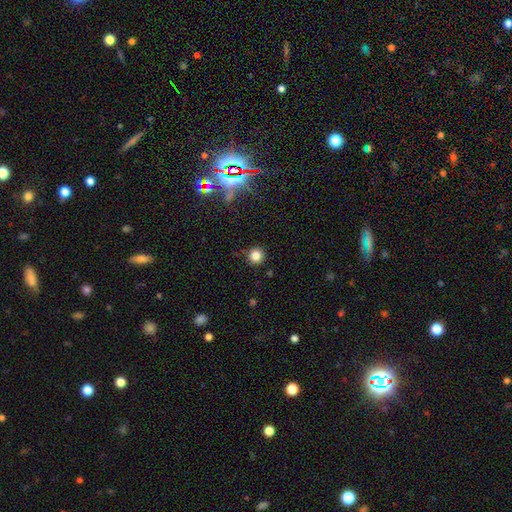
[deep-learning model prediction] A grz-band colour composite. It shows a smooth galaxy with no disk features (81%) that is round (94%). Merging: none (90%).